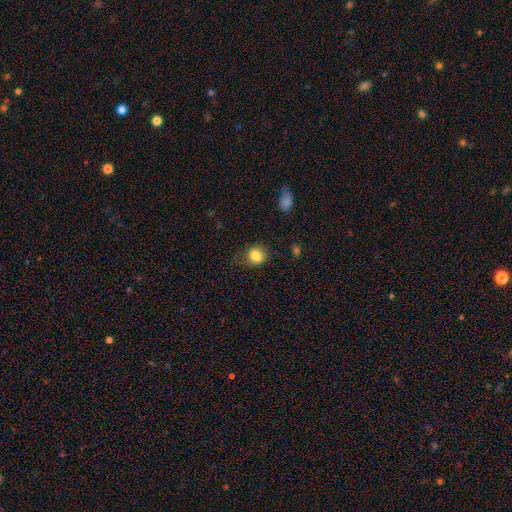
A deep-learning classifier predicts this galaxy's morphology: Overall: smooth (84%). How rounded: round (69%; in between 30%). Merging: none (69%).